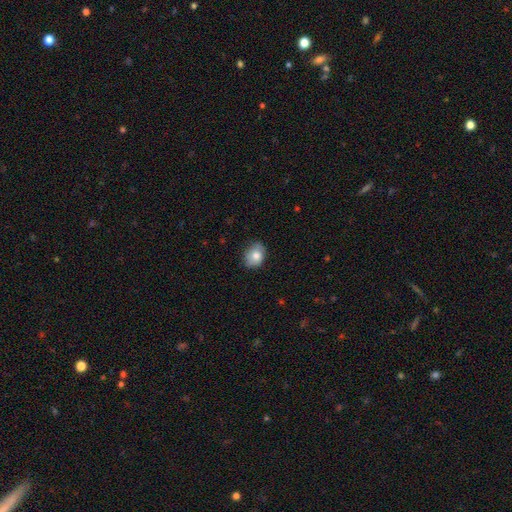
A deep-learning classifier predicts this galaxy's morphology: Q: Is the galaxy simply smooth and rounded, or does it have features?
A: smooth — 80%.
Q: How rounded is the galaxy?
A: in between — 62%.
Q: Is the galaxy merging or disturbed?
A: none — 80%.